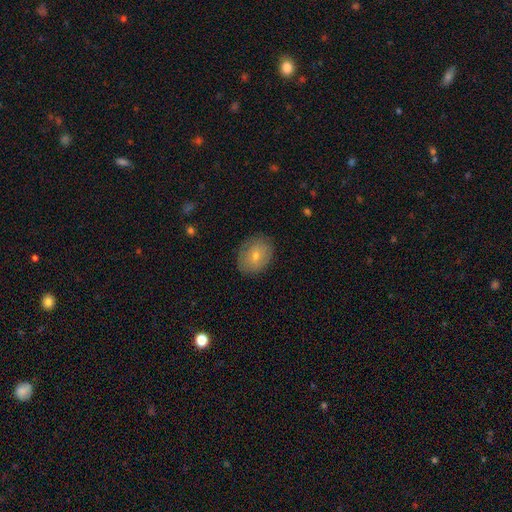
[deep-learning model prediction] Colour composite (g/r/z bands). It shows a smooth galaxy with no disk features (63%) that is in between round and cigar-shaped (57%). Merging: none (84%).